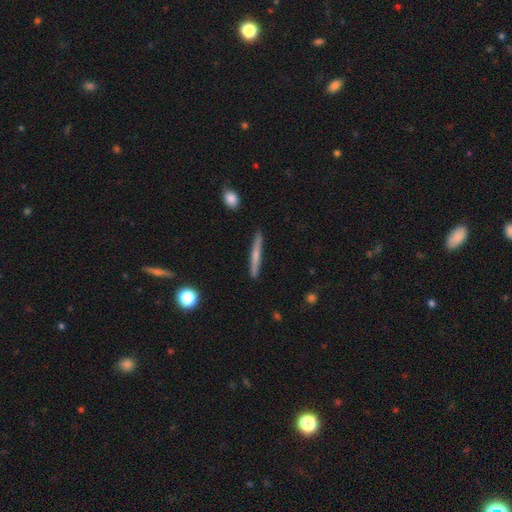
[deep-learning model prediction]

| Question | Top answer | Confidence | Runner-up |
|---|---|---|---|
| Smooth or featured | smooth | 54% | featured or disk (40%) |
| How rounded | cigar-shaped | 95% | in between (3%) |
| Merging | none | 90% | minor disturbance (8%) |